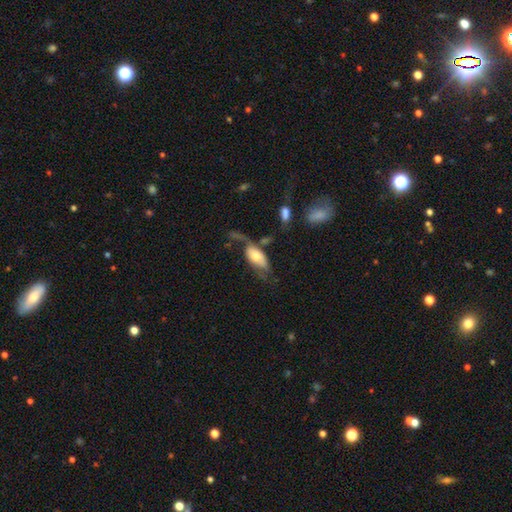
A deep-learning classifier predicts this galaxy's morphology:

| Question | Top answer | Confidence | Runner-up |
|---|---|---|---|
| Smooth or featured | smooth | 59% | featured or disk (35%) |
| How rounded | in between | 90% | cigar-shaped (6%) |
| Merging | major disturbance | 37% | none (28%) |